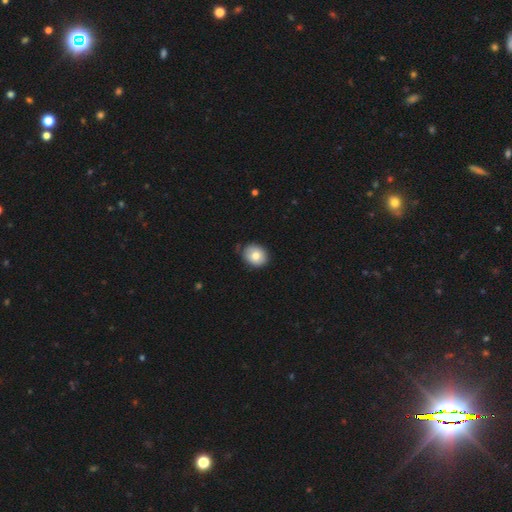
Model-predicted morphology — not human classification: This is likely a smooth galaxy (77%). How rounded: possibly round (59%). Merging: clearly none (82%).